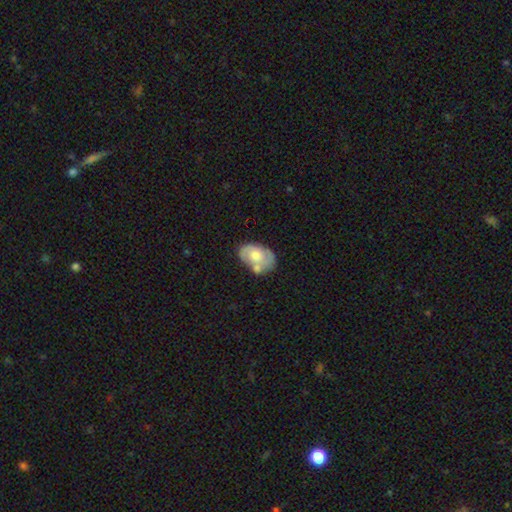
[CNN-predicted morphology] The model was most divided on "smooth or featured": featured or disk: 50%, smooth: 44%, star or artifact: 6%. More confident: edge-on disk — no (95%); merging — none (50%).